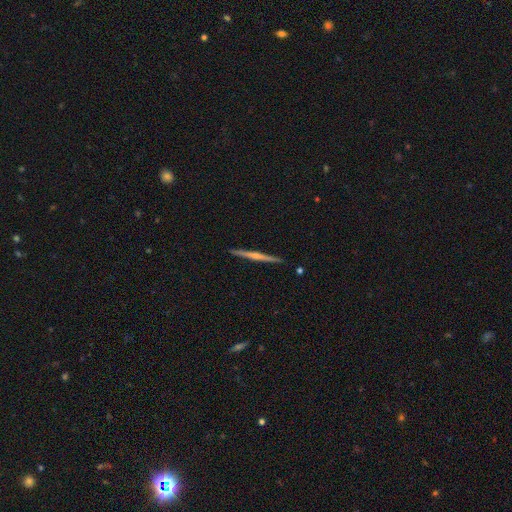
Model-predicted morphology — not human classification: The model was most divided on "edge-on bulge": rounded: 68%, none: 24%, boxy: 8%. More confident: edge-on disk — yes (98%); merging — none (92%); smooth or featured — featured or disk (76%).